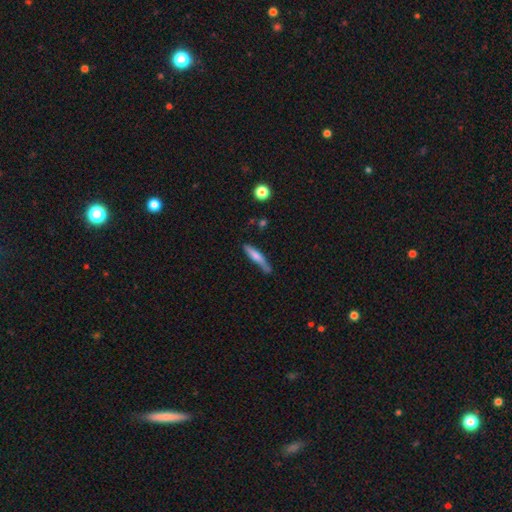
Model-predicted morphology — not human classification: This is likely a smooth galaxy (63%). How rounded: clearly cigar-shaped (89%). Merging: likely none (61%).